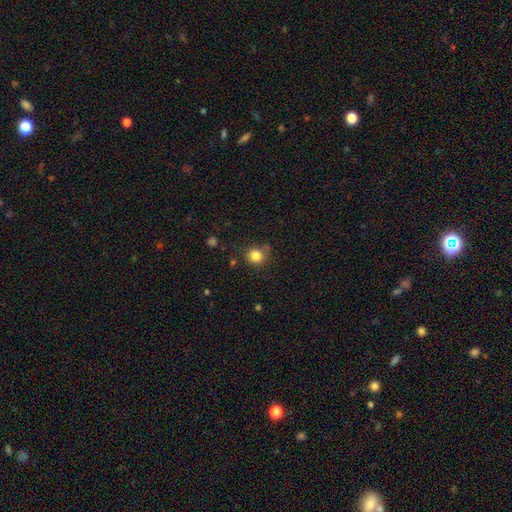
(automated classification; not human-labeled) Morphology: type=smooth (83%); roundness=round (88%); merging=none (77%).